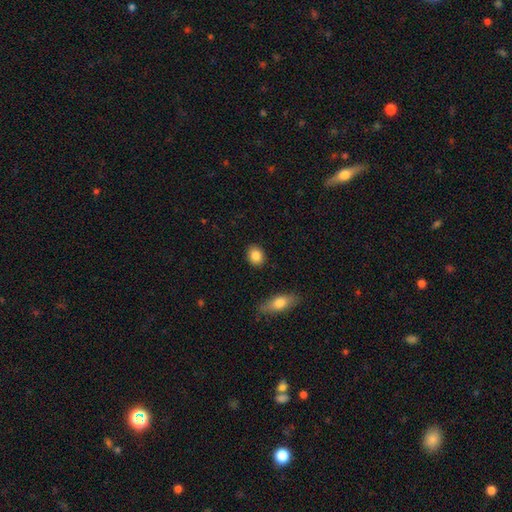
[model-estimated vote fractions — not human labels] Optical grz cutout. It shows a smooth galaxy with no disk features (86%) that is round (57%). Merging: none (89%).